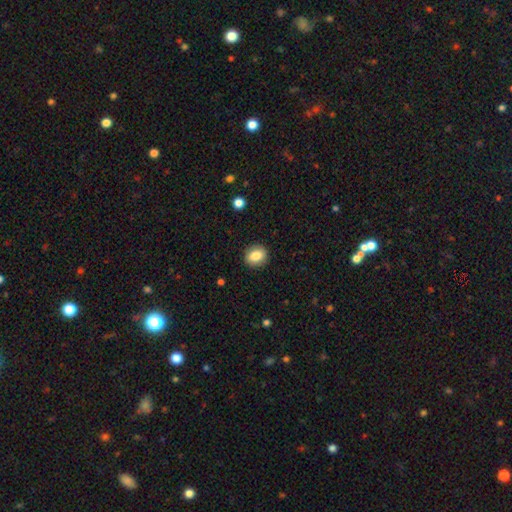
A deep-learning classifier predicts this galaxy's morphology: Smooth or featured: smooth — 83% (star or artifact — 9%)
How rounded: round — 63% (in between — 36%)
Merging: none — 89% (minor disturbance — 7%)